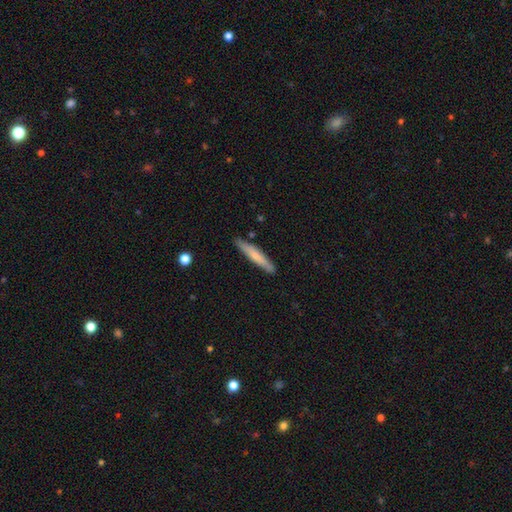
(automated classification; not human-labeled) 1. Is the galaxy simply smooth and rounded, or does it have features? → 66% smooth, 29% featured or disk, 5% star or artifact.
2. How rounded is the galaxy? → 93% cigar-shaped, 6% in between, 1% round.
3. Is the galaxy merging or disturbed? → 87% none, 10% minor disturbance, 2% major disturbance, 2% merger.